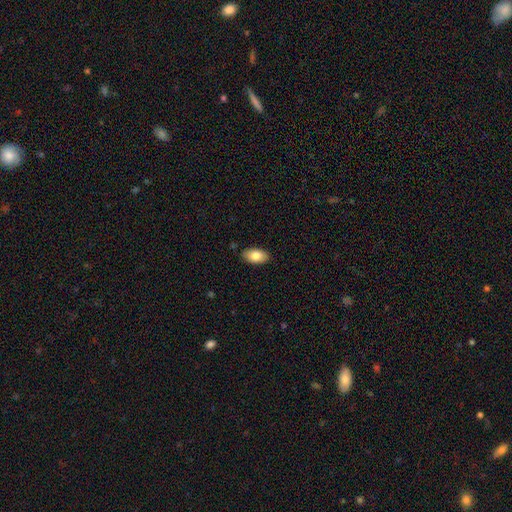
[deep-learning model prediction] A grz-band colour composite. It shows a smooth galaxy with no disk features (82%) that is in between round and cigar-shaped (94%). Merging: none (87%).